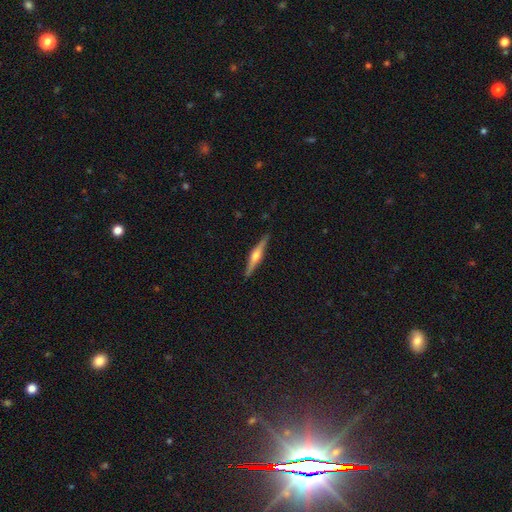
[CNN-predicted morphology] The model was most divided on "smooth or featured": featured or disk: 73%, smooth: 21%, star or artifact: 5%. More confident: edge-on disk — yes (98%); merging — none (90%); edge-on bulge — rounded (89%).